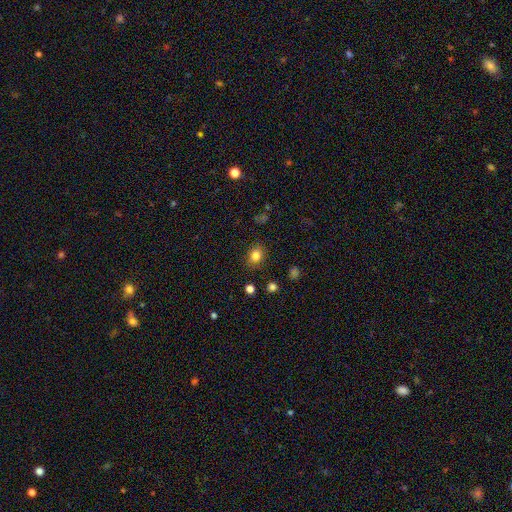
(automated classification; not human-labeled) Smooth or featured: smooth — 82% (star or artifact — 12%)
How rounded: round — 58% (in between — 41%)
Merging: none — 86% (minor disturbance — 10%)